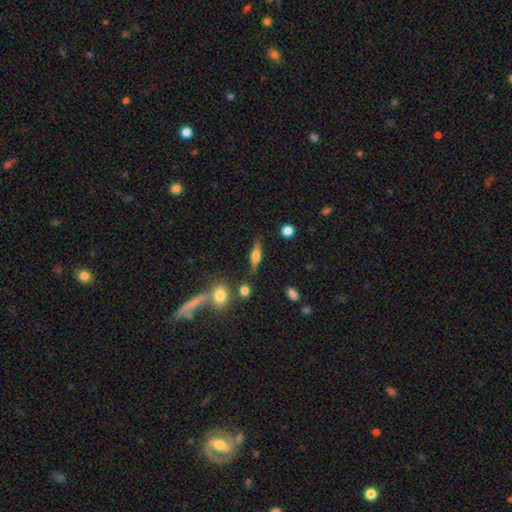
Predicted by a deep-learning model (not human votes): smooth_or_featured: featured or disk (p=0.46) [tied with: smooth p=0.46]
merging: none (p=0.75) [alt: minor disturbance p=0.15]